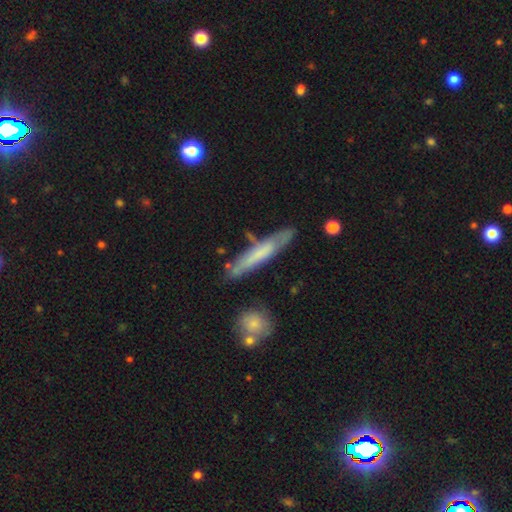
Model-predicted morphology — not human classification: This appears to be a smooth galaxy with no disk features (52%) that is cigar-shaped (91%). Merging: none (75%).